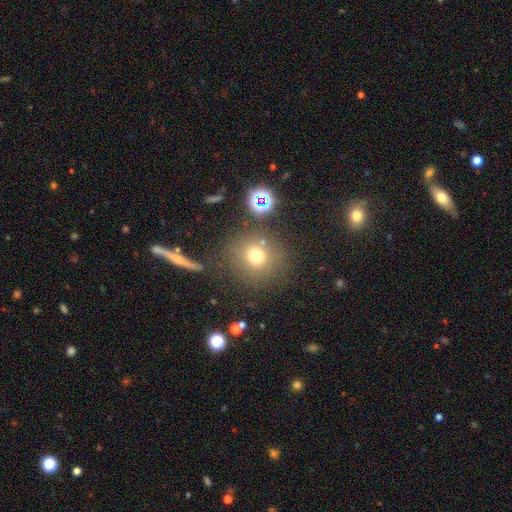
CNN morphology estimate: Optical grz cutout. It shows a smooth galaxy with no disk features (71%) that is round (88%). Merging: none (75%).